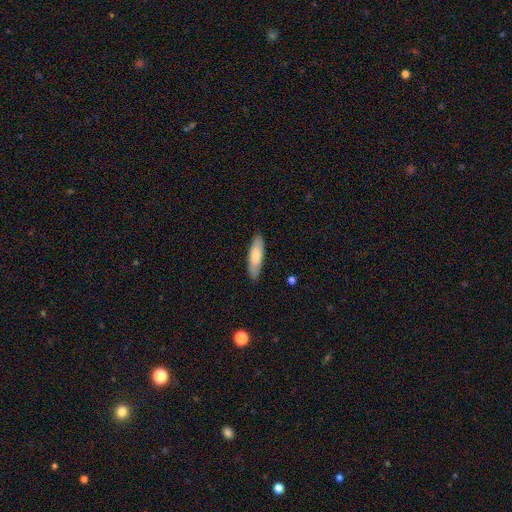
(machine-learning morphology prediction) Smooth or featured?
  - smooth: 77% *
  - featured or disk: 18%
  - star or artifact: 5%
How rounded?
  - cigar-shaped: 59% *
  - in between: 40%
  - round: 1%
Merging?
  - none: 86% *
  - minor disturbance: 11%
  - major disturbance: 2%
  - merger: 1%